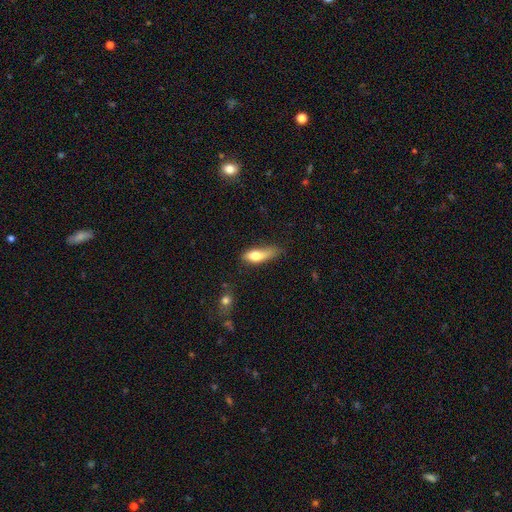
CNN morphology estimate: Smooth or featured? Predicted: smooth (p=0.72). How rounded? Predicted: in between (p=0.61). Merging? Predicted: minor disturbance (p=0.40).